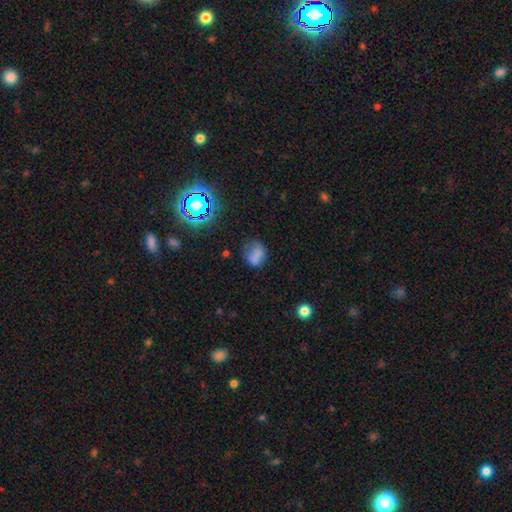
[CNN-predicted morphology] Smooth or featured?
  - smooth: 64% *
  - featured or disk: 18%
  - star or artifact: 18%
How rounded?
  - in between: 51% *
  - round: 47%
  - cigar-shaped: 2%
Merging?
  - none: 47% *
  - minor disturbance: 27%
  - major disturbance: 19%
  - merger: 7%